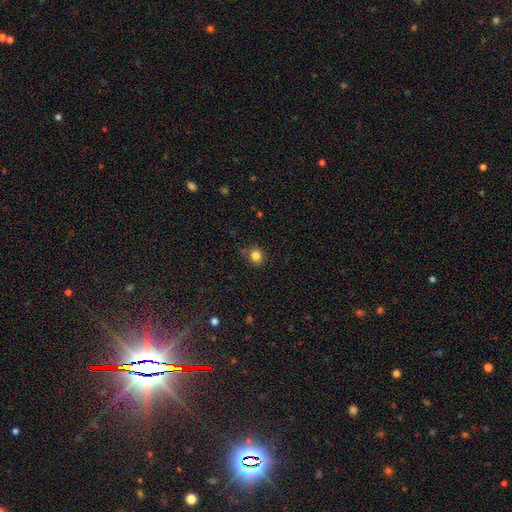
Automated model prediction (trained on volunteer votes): Smooth or featured: smooth — 83% (star or artifact — 12%)
How rounded: round — 82% (in between — 17%)
Merging: none — 79% (minor disturbance — 13%)